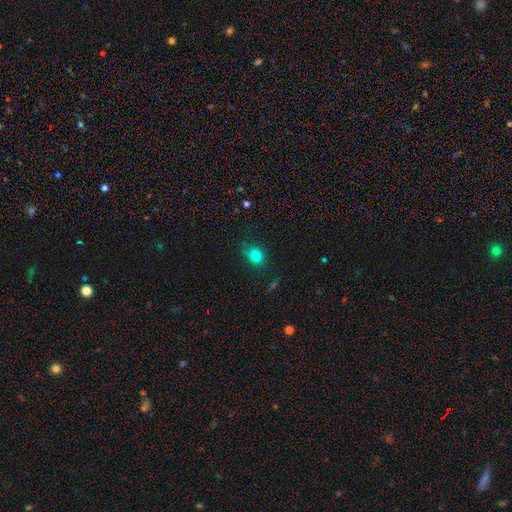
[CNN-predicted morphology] smooth 83%, star or artifact 12%, featured or disk 5%. Down the decision tree: how rounded — round (57%); merging — none (70%).